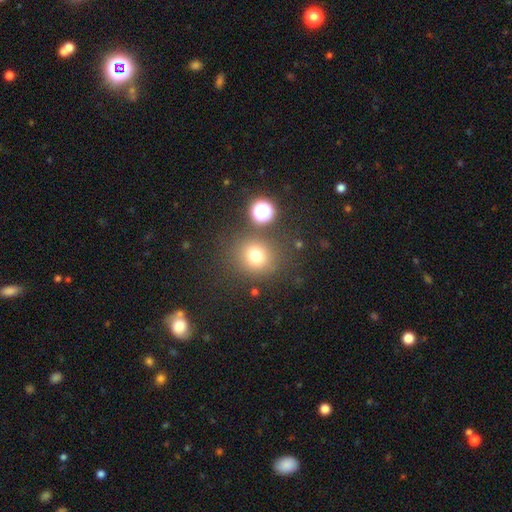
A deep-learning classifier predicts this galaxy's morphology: This appears to be a smooth galaxy with no disk features (75%) that is round (88%). Merging: none (81%).